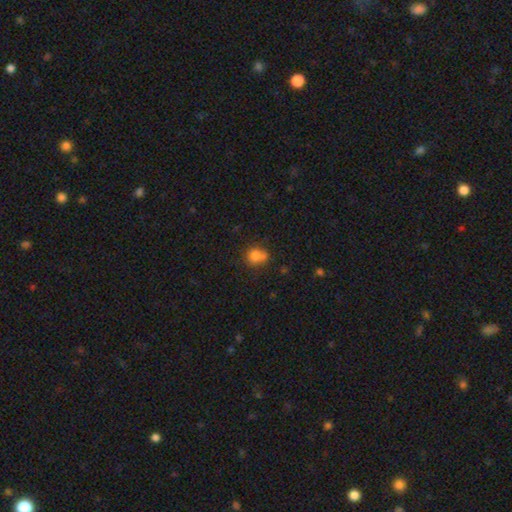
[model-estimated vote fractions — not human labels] smooth 79%, star or artifact 12%, featured or disk 9%. Down the decision tree: how rounded — round (74%); merging — none (56%).